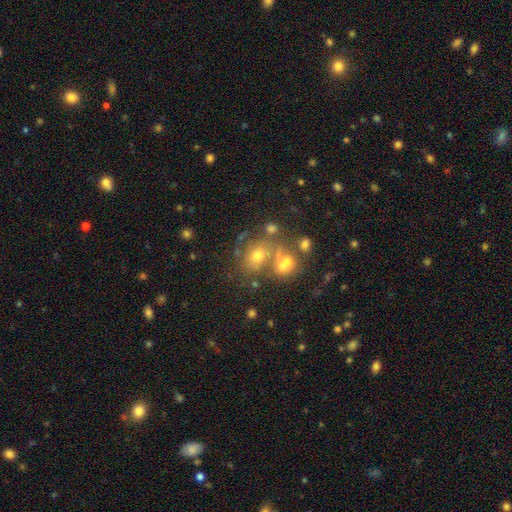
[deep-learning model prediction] Overall: smooth (57%; featured or disk 22%). How rounded: round (54%; in between 44%). Merging: none (48%; merger 31%).